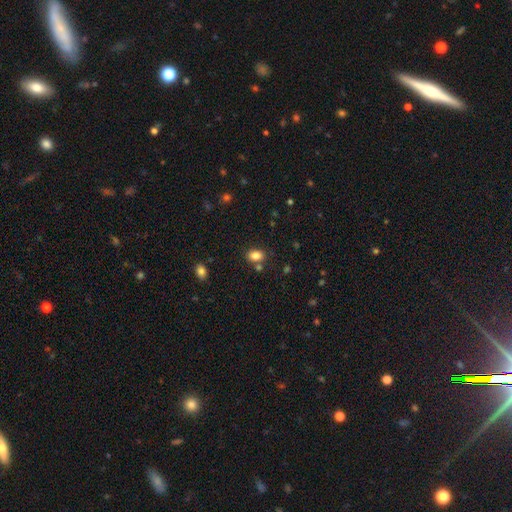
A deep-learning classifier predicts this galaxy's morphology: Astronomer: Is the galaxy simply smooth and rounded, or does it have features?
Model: smooth — 84%.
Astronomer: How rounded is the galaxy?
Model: in between — 78%.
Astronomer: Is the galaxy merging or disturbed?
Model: none — 73%.